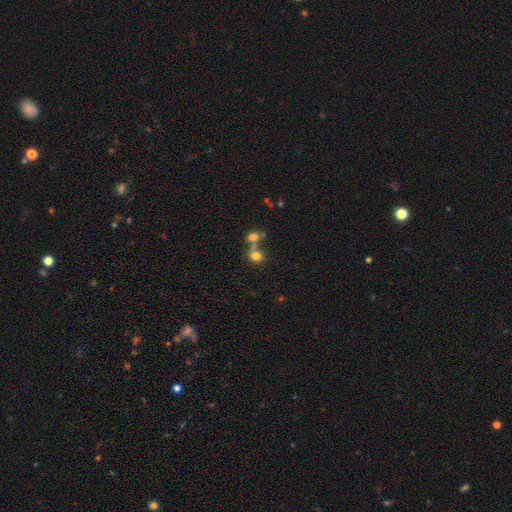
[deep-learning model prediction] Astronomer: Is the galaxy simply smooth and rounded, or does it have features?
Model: smooth — 78%.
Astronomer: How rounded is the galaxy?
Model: round — 70%.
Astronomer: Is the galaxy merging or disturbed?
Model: merger — 48% (runner-up: none, 39%).